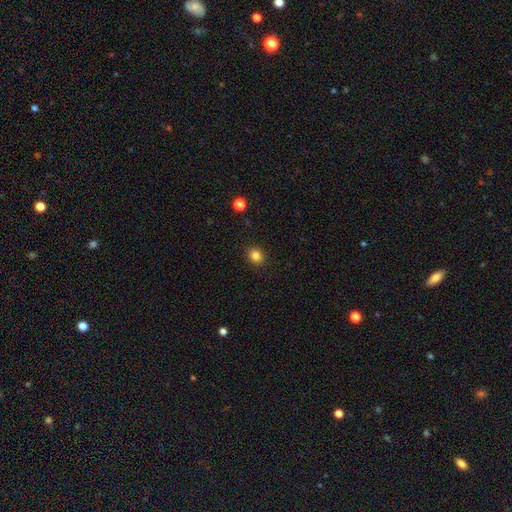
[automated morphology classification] smooth 83%, star or artifact 12%, featured or disk 5%. Down the decision tree: how rounded — round (79%); merging — none (91%).